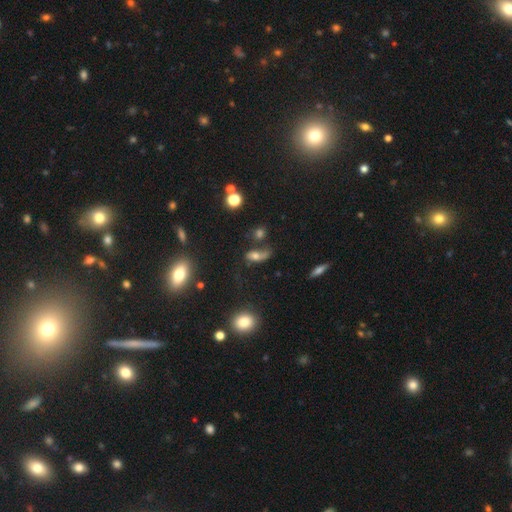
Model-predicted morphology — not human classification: Smooth or featured: smooth — 53% (featured or disk — 30%)
How rounded: in between — 73% (cigar-shaped — 14%)
Merging: none — 38% (major disturbance — 25%)